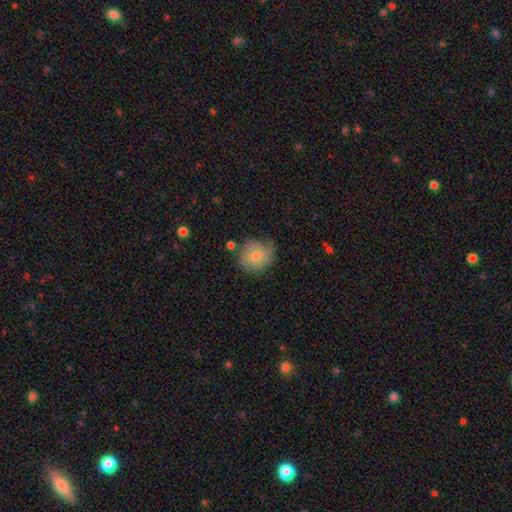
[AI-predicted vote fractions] smooth 57%, featured or disk 34%, star or artifact 9%. Down the decision tree: how rounded — round (84%); merging — none (68%).